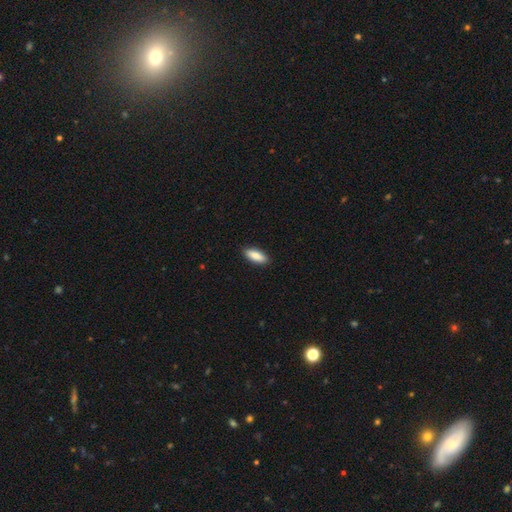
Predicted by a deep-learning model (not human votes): This appears to be a smooth galaxy with no disk features (88%) that is in between round and cigar-shaped (72%). Merging: none (90%).